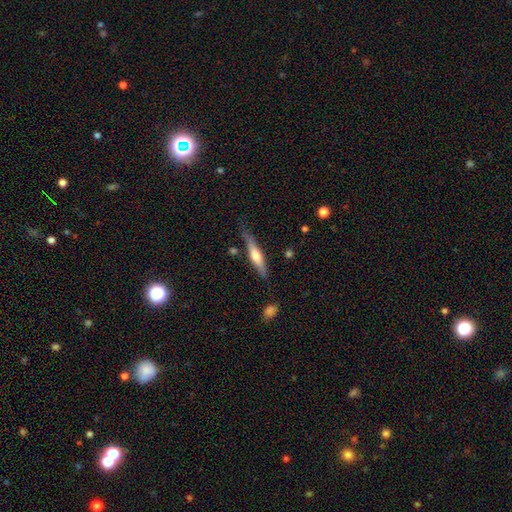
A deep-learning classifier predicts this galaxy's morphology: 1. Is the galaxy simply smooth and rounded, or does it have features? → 56% featured or disk, 39% smooth, 5% star or artifact.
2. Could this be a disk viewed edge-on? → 95% yes, 5% no.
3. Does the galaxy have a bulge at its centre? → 79% rounded, 13% boxy, 8% none.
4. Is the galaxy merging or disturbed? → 76% none, 17% minor disturbance, 4% major disturbance, 3% merger.